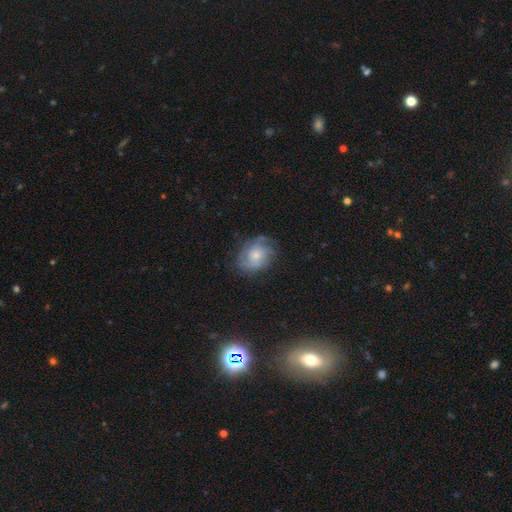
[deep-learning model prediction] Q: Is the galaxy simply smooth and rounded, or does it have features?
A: featured or disk — 66%.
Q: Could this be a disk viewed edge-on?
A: no — 97%.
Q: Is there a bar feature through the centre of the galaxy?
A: no — 76%.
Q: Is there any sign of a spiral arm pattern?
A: yes — 89%.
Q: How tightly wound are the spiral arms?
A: tight — 43%.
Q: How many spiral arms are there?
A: can't tell — 34%.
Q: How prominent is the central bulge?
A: small — 47%.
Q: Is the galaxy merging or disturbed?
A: none — 67%.